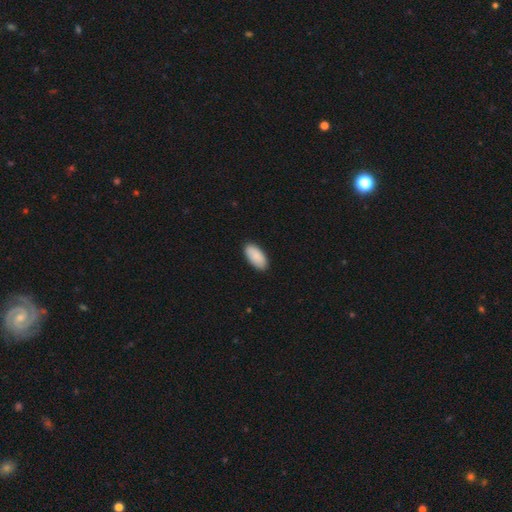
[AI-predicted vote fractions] Overall: smooth (90%). How rounded: in between (93%). Merging: none (89%).